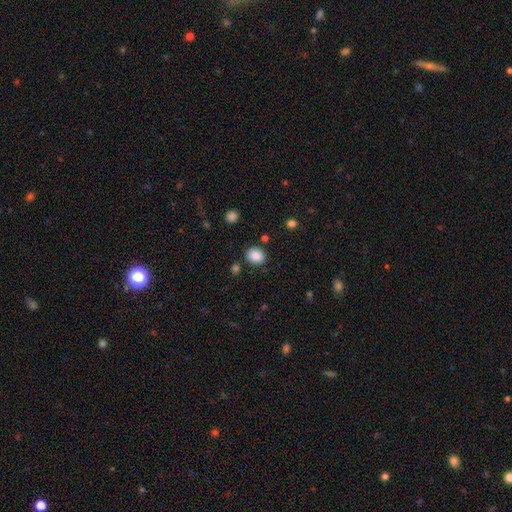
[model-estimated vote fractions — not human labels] Smooth or featured? smooth (87%)
How rounded? round (58%)
Merging? none (83%)